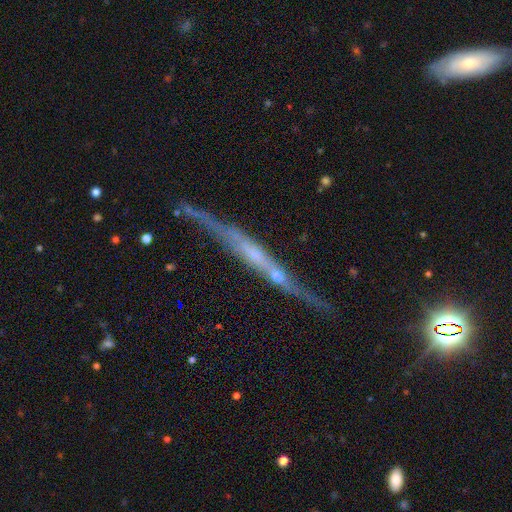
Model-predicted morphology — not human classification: This appears to be a featured or disk galaxy (74%) viewed edge-on (92%) with no central bulge (56%). Merging: none (68%).